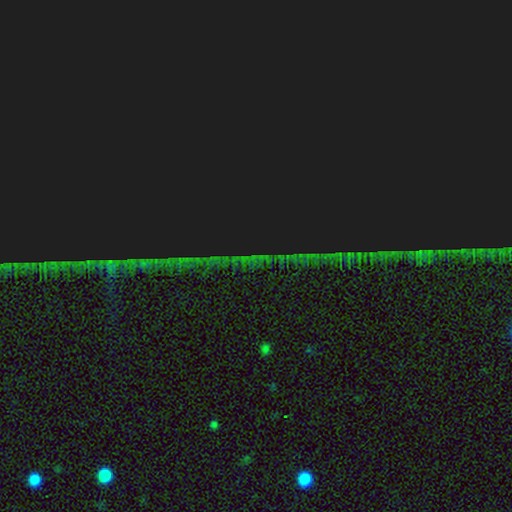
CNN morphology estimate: A star or artifact, not a galaxy (87%).